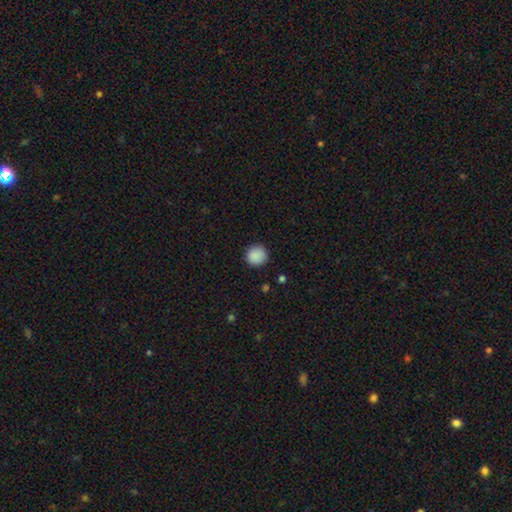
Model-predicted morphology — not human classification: smooth-or-featured: smooth: 89% | star or artifact: 8% | featured or disk: 3%
  how-rounded: round: 94% | in between: 5% | cigar-shaped: 1%
  merging: none: 89% | minor disturbance: 8% | major disturbance: 2% | merger: 1%